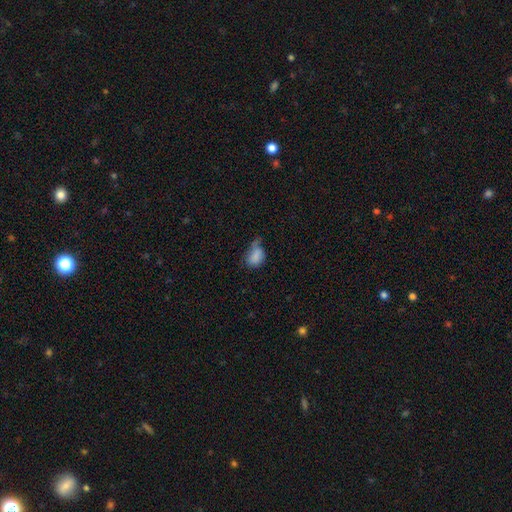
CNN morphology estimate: smooth 79%, featured or disk 11%, star or artifact 10%. Down the decision tree: how rounded — in between (79%); merging — minor disturbance (37%).